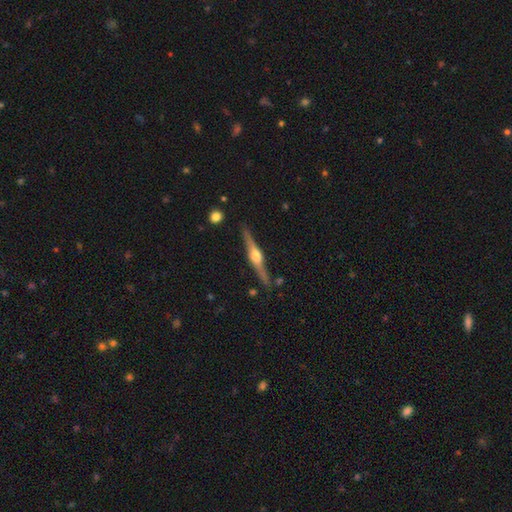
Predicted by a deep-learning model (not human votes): Overall: featured or disk (82%). Edge-on disk: yes (98%). Edge-on bulge: rounded (91%). Merging: none (86%).